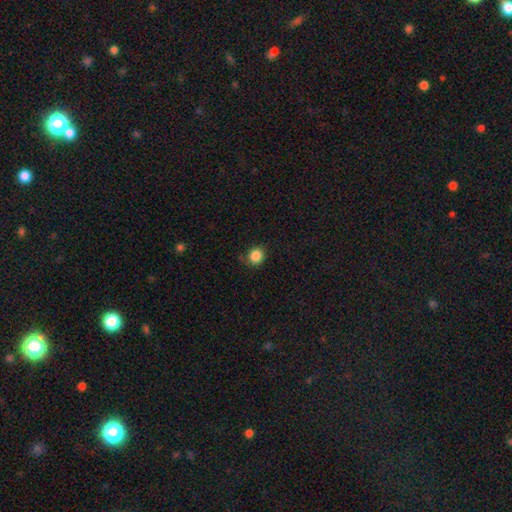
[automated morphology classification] This is clearly a smooth galaxy (86%). How rounded: clearly round (87%). Merging: clearly none (81%).